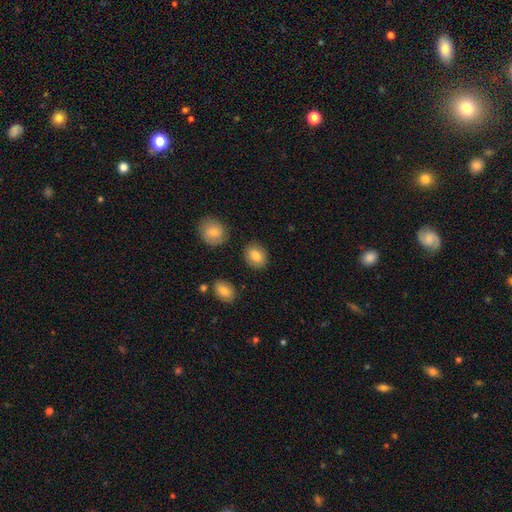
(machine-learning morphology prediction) Smooth or featured? Predicted: smooth (p=0.82). How rounded? Predicted: in between (p=0.54). Merging? Predicted: none (p=0.85).